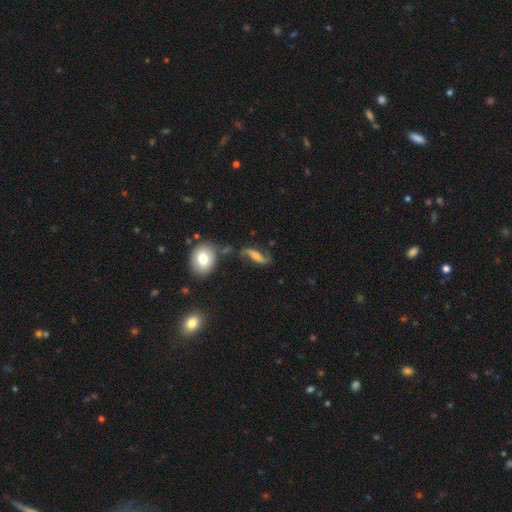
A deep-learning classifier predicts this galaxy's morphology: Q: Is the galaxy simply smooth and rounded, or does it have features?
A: featured or disk — 68%.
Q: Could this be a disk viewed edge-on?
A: no — 84%.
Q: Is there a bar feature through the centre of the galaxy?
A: no — 39%.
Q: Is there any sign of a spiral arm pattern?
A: yes — 90%.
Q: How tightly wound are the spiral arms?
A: loose — 79%.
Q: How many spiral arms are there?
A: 2 — 91%.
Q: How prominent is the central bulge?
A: moderate — 39%.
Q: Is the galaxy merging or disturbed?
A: none — 62%.